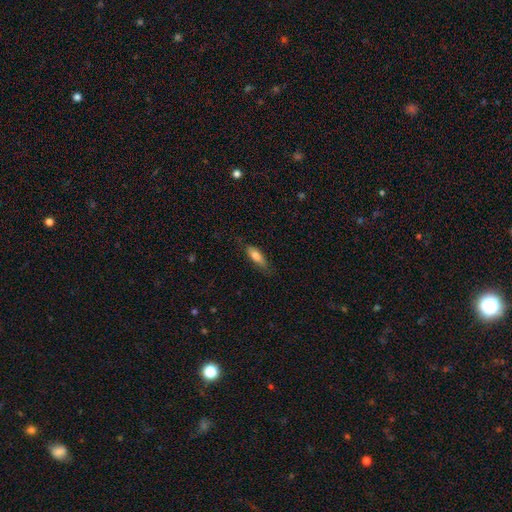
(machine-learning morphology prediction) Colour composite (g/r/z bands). It shows a smooth galaxy with no disk features (75%) that is in between round and cigar-shaped (60%). Merging: none (73%).